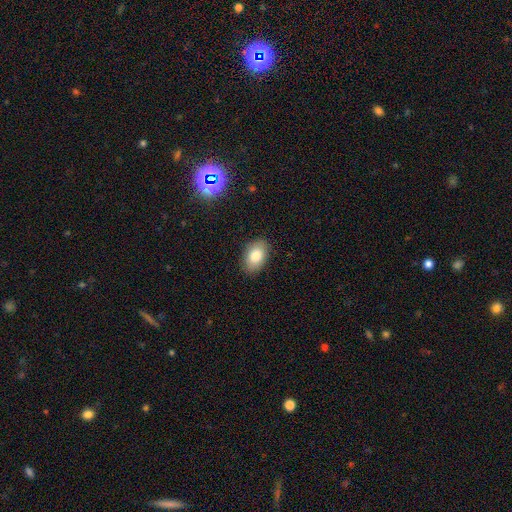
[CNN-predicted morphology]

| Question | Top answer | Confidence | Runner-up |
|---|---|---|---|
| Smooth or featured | smooth | 82% | featured or disk (10%) |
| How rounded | in between | 90% | round (9%) |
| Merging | none | 88% | minor disturbance (9%) |